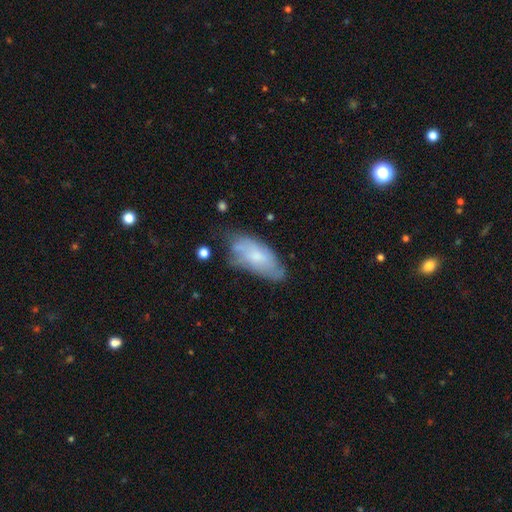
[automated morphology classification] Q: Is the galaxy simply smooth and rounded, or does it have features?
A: smooth — 53%.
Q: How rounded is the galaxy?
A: in between — 85%.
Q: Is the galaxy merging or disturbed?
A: none — 51%.